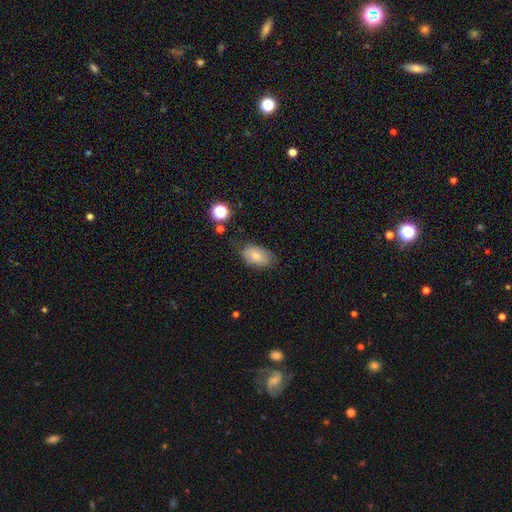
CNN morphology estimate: Smooth or featured? smooth (76%)
How rounded? in between (90%)
Merging? none (68%)